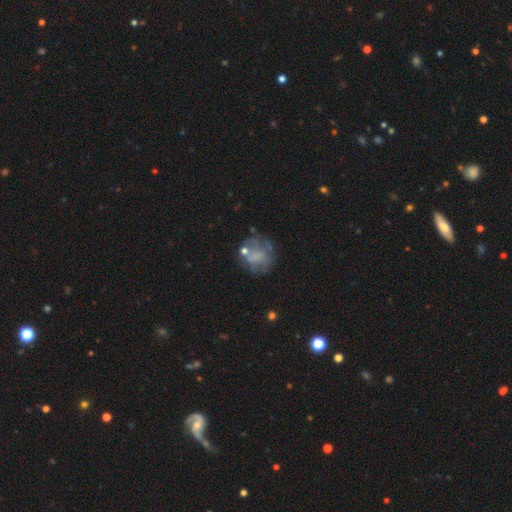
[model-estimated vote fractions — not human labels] smooth 46%, featured or disk 43%, star or artifact 12%. Down the decision tree: merging — none (49%).